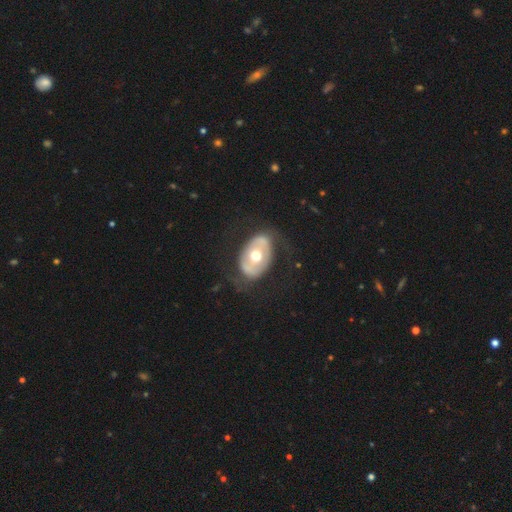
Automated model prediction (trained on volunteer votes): Overall: featured or disk (61%; smooth 34%). Edge-on disk: no (93%). Bar: no (72%). Spiral arms: no (68%; yes 32%). Bulge size: moderate (77%). Merging: none (67%).